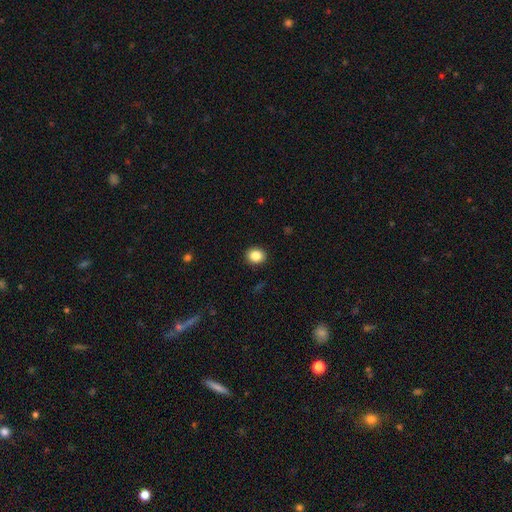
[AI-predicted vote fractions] Smooth or featured? Predicted: smooth (p=0.86). How rounded? Predicted: round (p=0.69). Merging? Predicted: none (p=0.91).